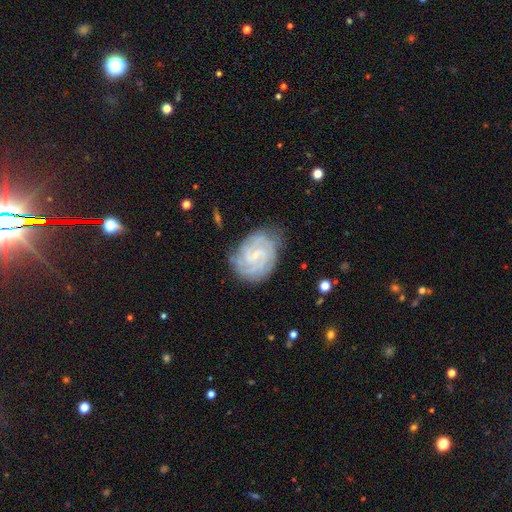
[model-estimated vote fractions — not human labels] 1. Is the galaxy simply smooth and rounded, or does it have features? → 86% featured or disk, 8% smooth, 6% star or artifact.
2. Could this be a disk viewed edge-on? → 98% no, 2% yes.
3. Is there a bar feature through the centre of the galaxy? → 51% weak, 35% no, 14% strong.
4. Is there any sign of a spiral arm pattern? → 97% yes, 3% no.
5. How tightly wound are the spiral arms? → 72% tight, 24% medium, 4% loose.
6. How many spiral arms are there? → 27% 2, 24% 3, 22% can't tell, 15% 4, 6% more than 4, 6% 1.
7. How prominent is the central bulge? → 74% small, 14% moderate, 10% none, 1% large, 1% dominant.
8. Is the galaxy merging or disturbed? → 77% none, 17% minor disturbance, 5% major disturbance, 1% merger.